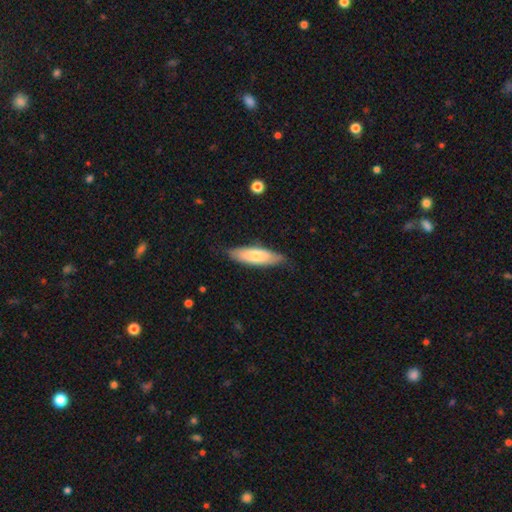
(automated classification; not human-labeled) Overall: smooth (71%). How rounded: cigar-shaped (51%; in between 47%). Merging: none (77%).